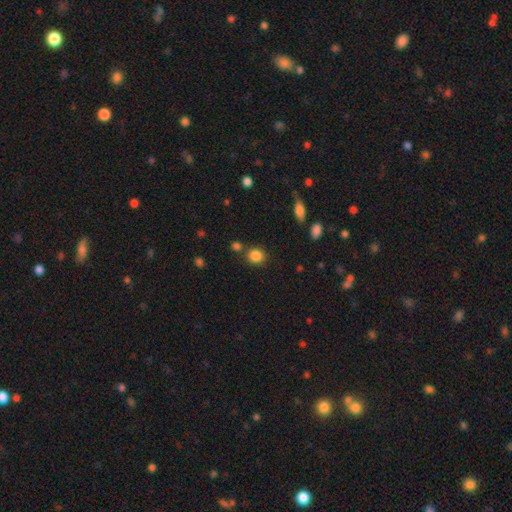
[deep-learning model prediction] Overall: smooth (85%). How rounded: round (78%). Merging: none (78%).